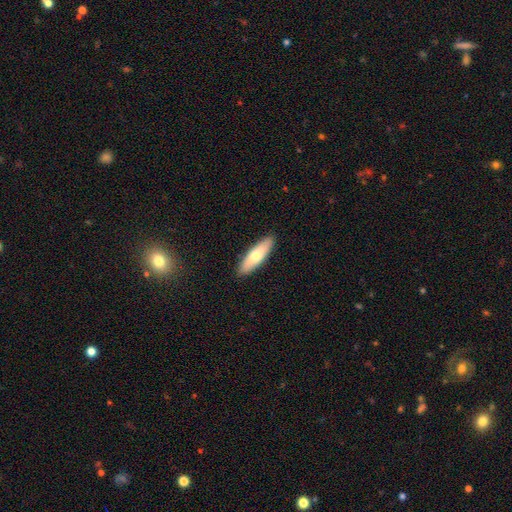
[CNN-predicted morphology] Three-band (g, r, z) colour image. It shows a smooth galaxy with no disk features (68%) that is cigar-shaped (56%). Merging: none (90%).